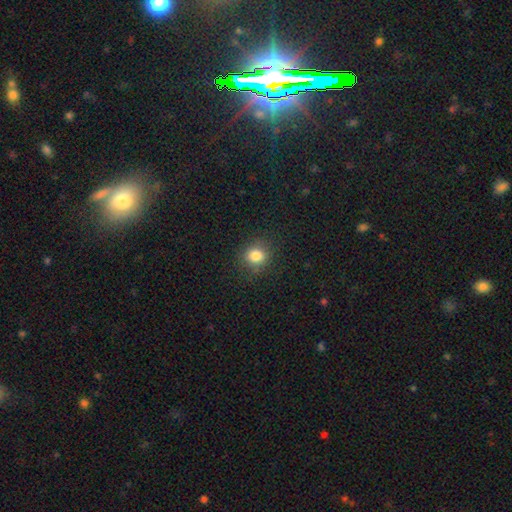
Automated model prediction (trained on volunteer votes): Smooth or featured: smooth — 83% (star or artifact — 12%)
How rounded: round — 82% (in between — 17%)
Merging: none — 85% (minor disturbance — 10%)